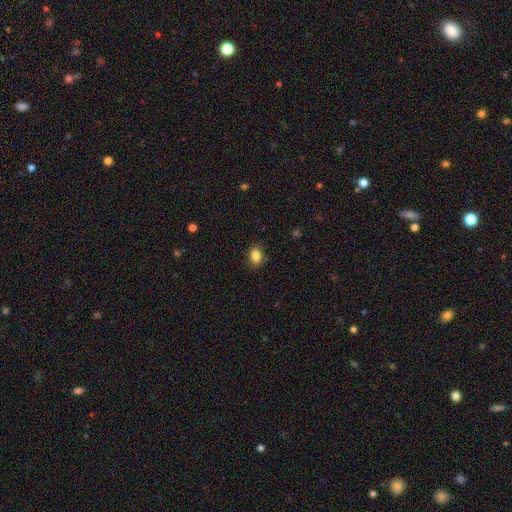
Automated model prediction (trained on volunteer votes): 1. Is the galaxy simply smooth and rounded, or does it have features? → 86% smooth, 9% star or artifact, 5% featured or disk.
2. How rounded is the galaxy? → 66% in between, 32% round, 1% cigar-shaped.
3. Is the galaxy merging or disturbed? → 85% none, 11% minor disturbance, 3% major disturbance, 1% merger.